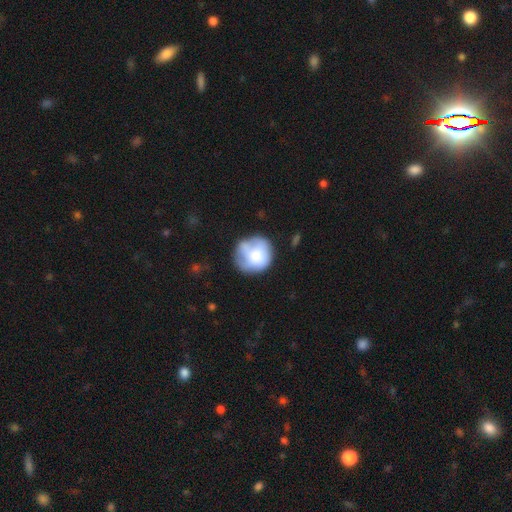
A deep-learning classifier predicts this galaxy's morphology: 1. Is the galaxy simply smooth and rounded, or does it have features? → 61% smooth, 31% featured or disk, 8% star or artifact.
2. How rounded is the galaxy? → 84% round, 15% in between, 1% cigar-shaped.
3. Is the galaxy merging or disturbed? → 54% none, 25% minor disturbance, 15% major disturbance, 6% merger.